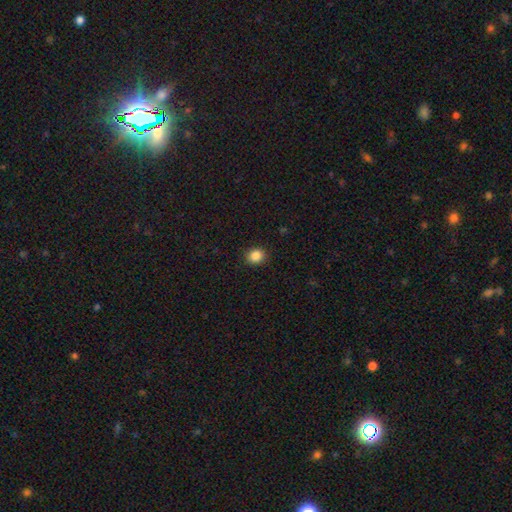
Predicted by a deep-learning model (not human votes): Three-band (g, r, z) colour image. It shows a smooth galaxy with no disk features (87%) that is round (76%). Merging: none (90%).